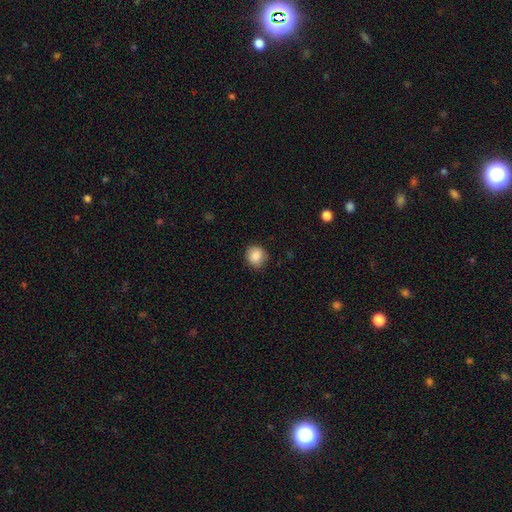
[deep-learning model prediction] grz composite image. It shows a smooth galaxy with no disk features (86%) that is round (87%). Merging: none (86%).